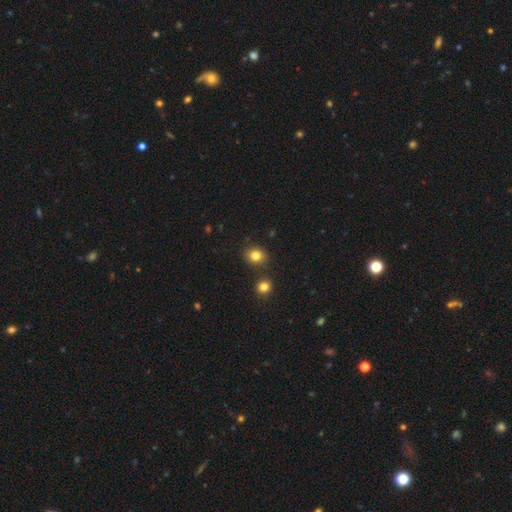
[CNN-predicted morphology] smooth_or_featured: smooth (p=0.82) [alt: star or artifact p=0.12]
how_rounded: round (p=0.74) [alt: in between p=0.25]
merging: none (p=0.82) [alt: minor disturbance p=0.08]